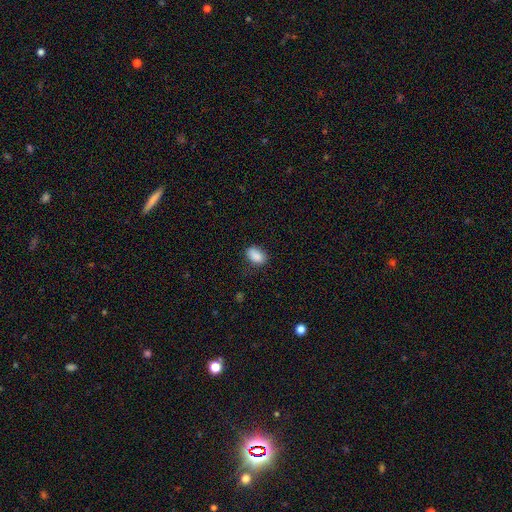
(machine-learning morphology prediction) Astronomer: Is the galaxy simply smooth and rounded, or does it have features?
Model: smooth — 88%.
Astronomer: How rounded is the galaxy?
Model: in between — 88%.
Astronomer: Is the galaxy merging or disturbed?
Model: none — 78%.